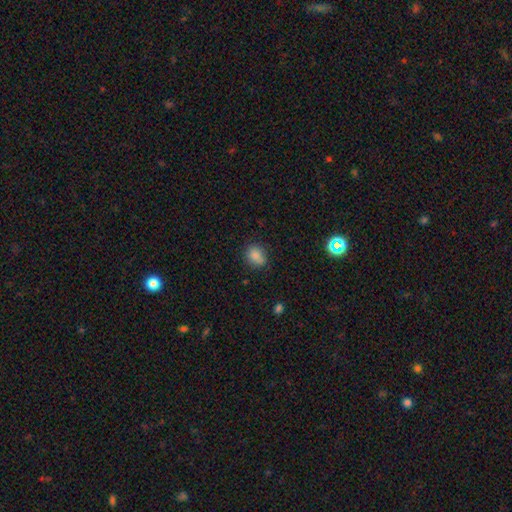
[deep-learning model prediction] A smooth galaxy with no disk features (83%) that is round (50%).

Vote fractions:
- Smooth or featured? smooth: 83% / star or artifact: 11% / featured or disk: 6%
- How rounded? round: 50% / in between: 49% / cigar-shaped: 1%
- Merging? none: 73% / minor disturbance: 20% / major disturbance: 4% / merger: 3%